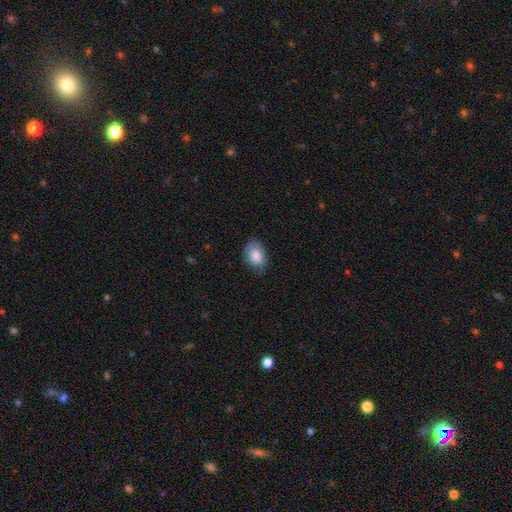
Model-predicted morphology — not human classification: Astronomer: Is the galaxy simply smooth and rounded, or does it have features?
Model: smooth — 78%.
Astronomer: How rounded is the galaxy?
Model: in between — 78%.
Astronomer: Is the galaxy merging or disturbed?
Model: none — 61%.